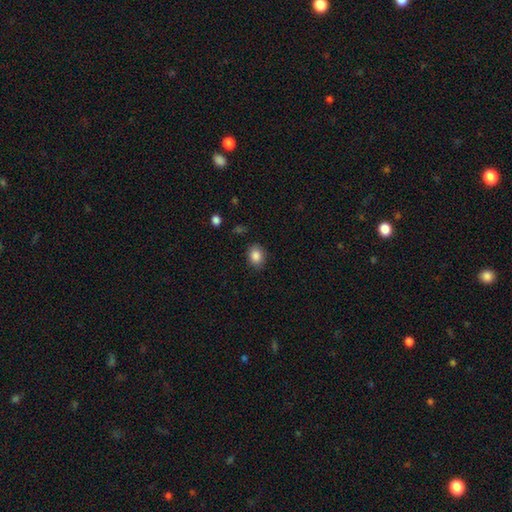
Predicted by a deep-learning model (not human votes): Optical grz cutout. It shows a smooth galaxy with no disk features (86%) that is in between round and cigar-shaped (53%). Merging: none (84%).